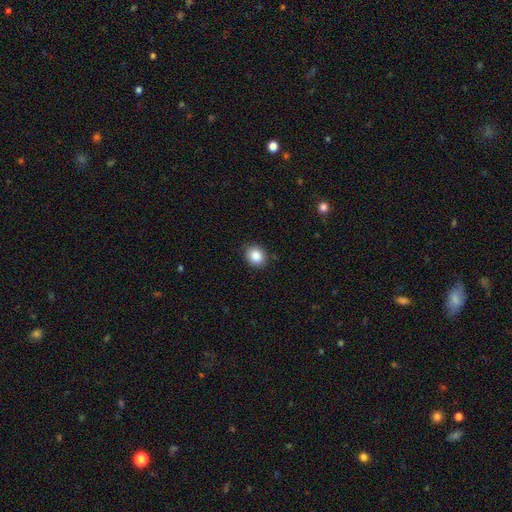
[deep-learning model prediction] smooth-or-featured: smooth: 86% | star or artifact: 9% | featured or disk: 4%
  how-rounded: round: 66% | in between: 34% | cigar-shaped: 1%
  merging: none: 87% | minor disturbance: 10% | major disturbance: 2% | merger: 1%